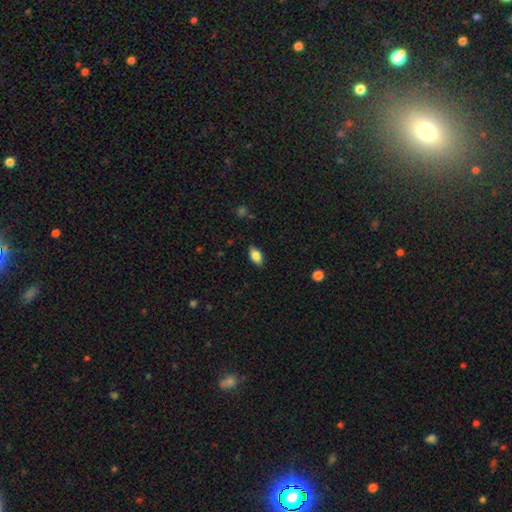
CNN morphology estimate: smooth-or-featured: smooth: 81% | featured or disk: 11% | star or artifact: 8%
  how-rounded: in between: 89% | cigar-shaped: 6% | round: 5%
  merging: none: 85% | minor disturbance: 12% | major disturbance: 2% | merger: 1%